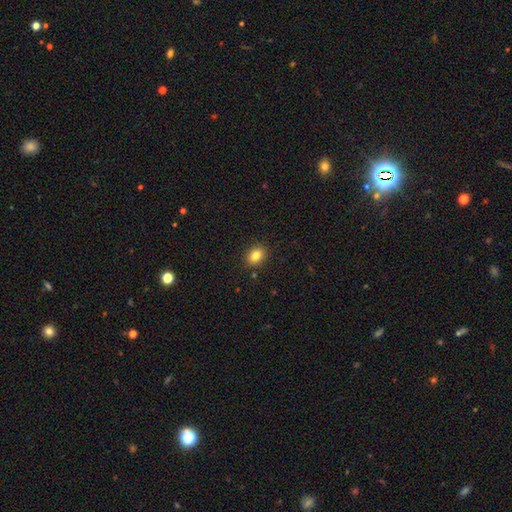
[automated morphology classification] A smooth galaxy with no disk features (82%) that is in between round and cigar-shaped (54%).

Vote fractions:
- Smooth or featured? smooth: 82% / star or artifact: 11% / featured or disk: 7%
- How rounded? in between: 54% / round: 45% / cigar-shaped: 1%
- Merging? none: 89% / minor disturbance: 8% / major disturbance: 2% / merger: 1%